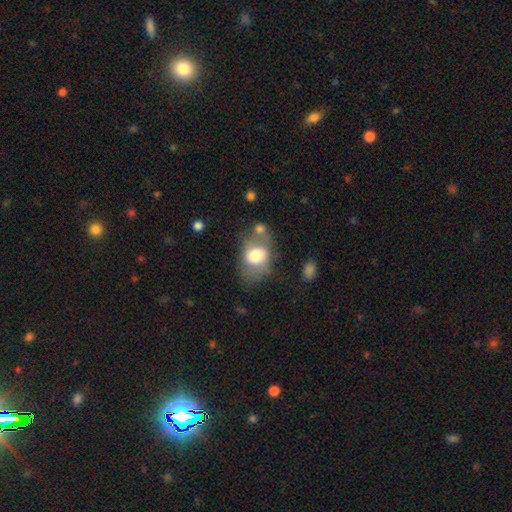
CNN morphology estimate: This appears to be a smooth galaxy with no disk features (66%) that is in between round and cigar-shaped (68%). Merging: none (46%).